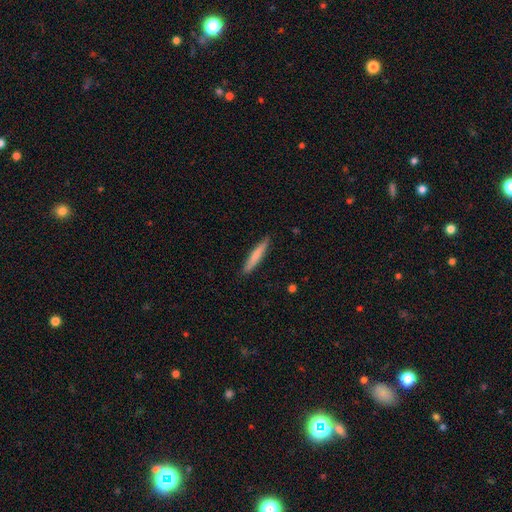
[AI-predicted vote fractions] Q: Smooth or featured?
A: smooth (75%); runner-up: featured or disk (20%)
Q: How rounded?
A: cigar-shaped (94%); runner-up: in between (5%)
Q: Merging?
A: none (90%); runner-up: minor disturbance (8%)